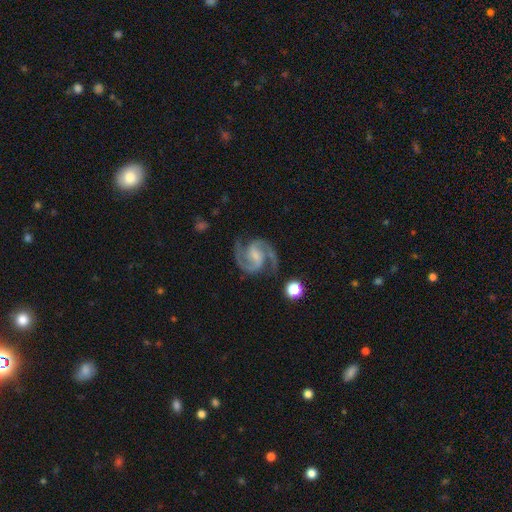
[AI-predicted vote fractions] Smooth or featured? featured or disk (93%)
Edge-on disk? no (98%)
Bar? weak (48%)
Spiral arms? yes (99%)
Spiral winding? medium (67%)
Spiral arm count? 2 (94%)
Bulge size? small (42%)
Merging? none (80%)